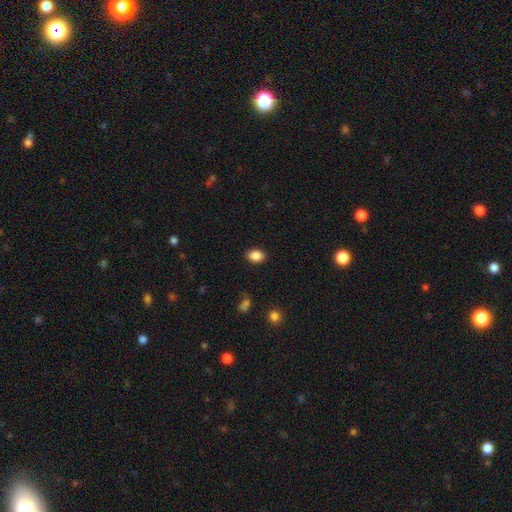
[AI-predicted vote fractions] Overall: smooth (87%). How rounded: in between (74%). Merging: none (88%).